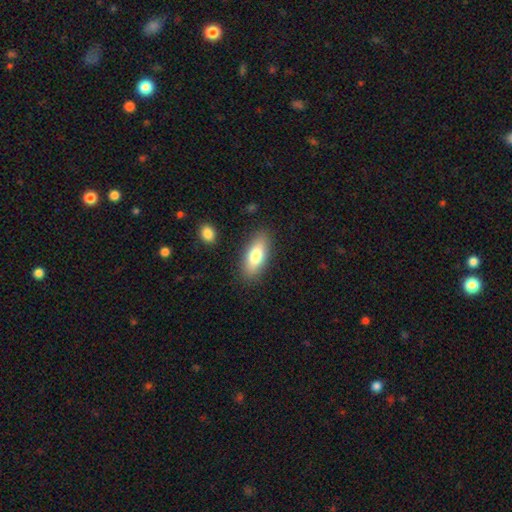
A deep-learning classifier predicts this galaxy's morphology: type=smooth (74%); roundness=in between (78%); merging=none (86%).